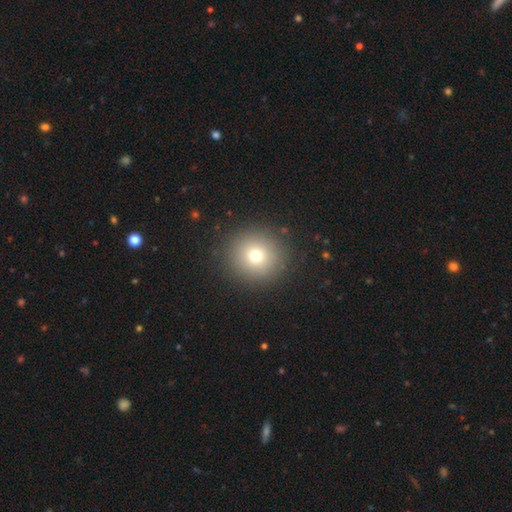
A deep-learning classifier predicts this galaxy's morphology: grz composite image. It shows a smooth galaxy with no disk features (72%) that is round (94%). Merging: none (90%).